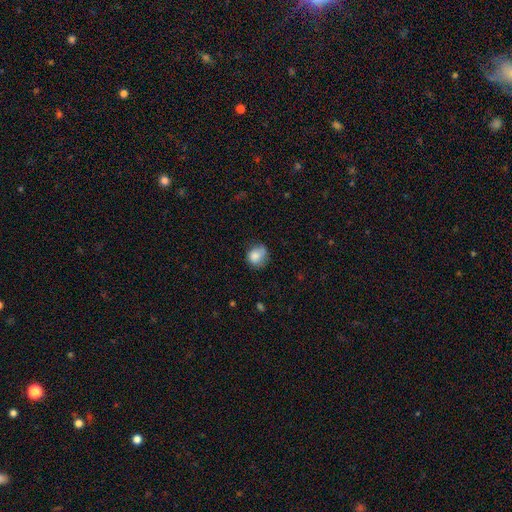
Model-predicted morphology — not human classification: Smooth or featured? Predicted: smooth (p=0.81). How rounded? Predicted: round (p=0.74). Merging? Predicted: none (p=0.53).